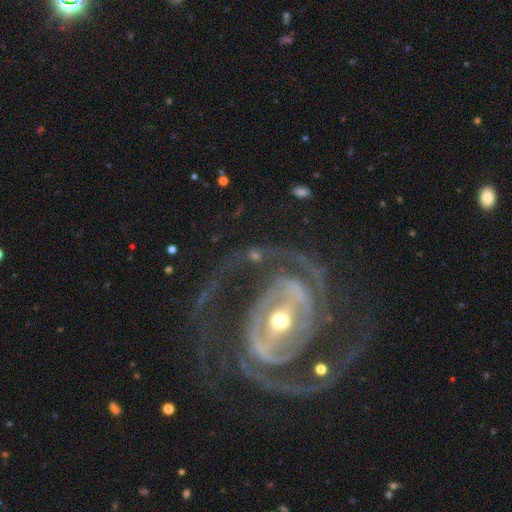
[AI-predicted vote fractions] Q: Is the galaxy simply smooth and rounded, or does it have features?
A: featured or disk — 86%.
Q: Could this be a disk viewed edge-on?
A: no — 96%.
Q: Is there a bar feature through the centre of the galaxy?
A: strong — 43%.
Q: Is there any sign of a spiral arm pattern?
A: yes — 90%.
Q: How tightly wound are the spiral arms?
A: tight — 42%.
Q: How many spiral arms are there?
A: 2 — 58%.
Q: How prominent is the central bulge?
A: moderate — 63%.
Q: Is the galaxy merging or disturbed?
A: none — 56%.